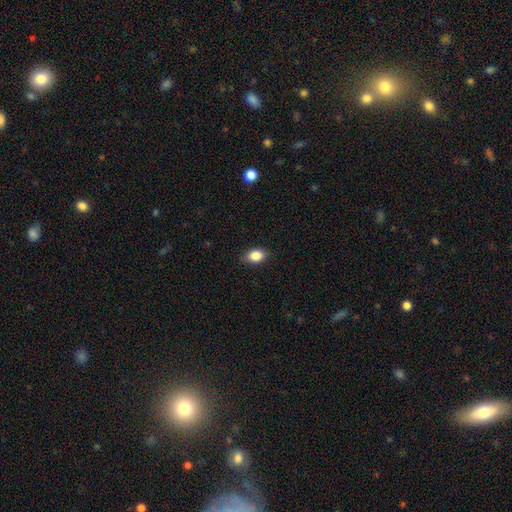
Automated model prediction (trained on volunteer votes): Smooth or featured: smooth — 85% (star or artifact — 8%)
How rounded: in between — 79% (round — 20%)
Merging: none — 84% (minor disturbance — 13%)